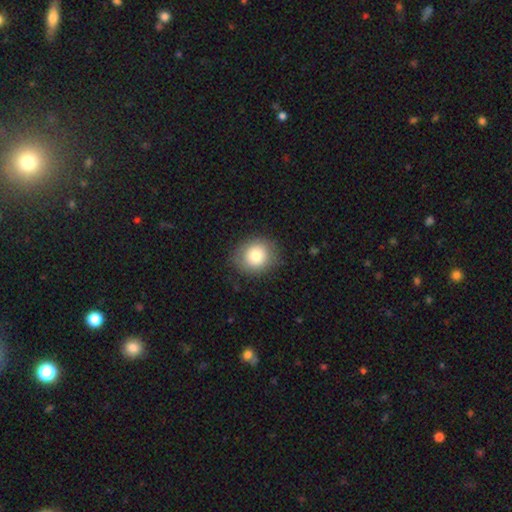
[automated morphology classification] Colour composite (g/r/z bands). It shows a smooth galaxy with no disk features (76%) that is round (79%). Merging: none (85%).